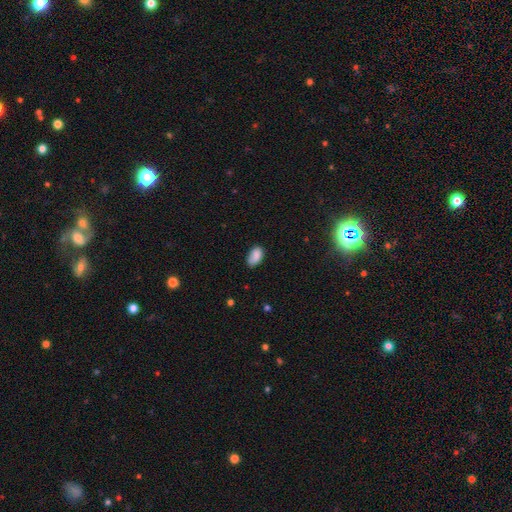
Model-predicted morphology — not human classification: smooth-or-featured: smooth: 86% | star or artifact: 8% | featured or disk: 6%
  how-rounded: in between: 93% | round: 6% | cigar-shaped: 2%
  merging: none: 66% | minor disturbance: 26% | major disturbance: 5% | merger: 2%